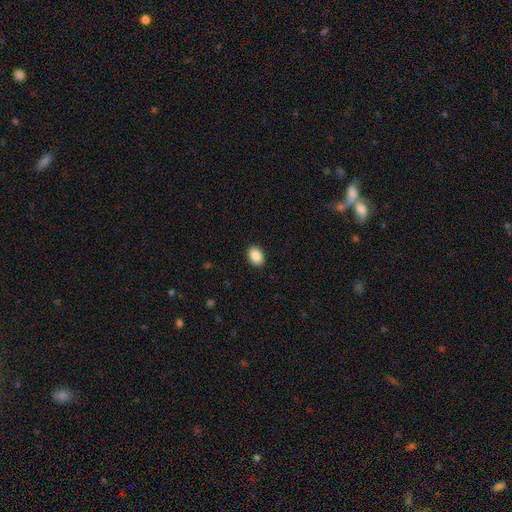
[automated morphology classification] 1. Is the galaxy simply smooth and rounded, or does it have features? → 89% smooth, 7% star or artifact, 4% featured or disk.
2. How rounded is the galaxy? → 81% in between, 18% round, 1% cigar-shaped.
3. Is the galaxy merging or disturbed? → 90% none, 7% minor disturbance, 2% major disturbance, 1% merger.